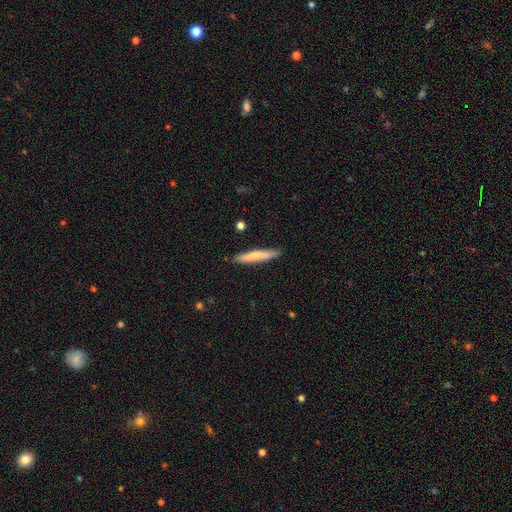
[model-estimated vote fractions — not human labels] smooth-or-featured: smooth: 68% | featured or disk: 26% | star or artifact: 6%
  how-rounded: cigar-shaped: 93% | in between: 5% | round: 1%
  merging: none: 88% | minor disturbance: 9% | major disturbance: 2% | merger: 1%